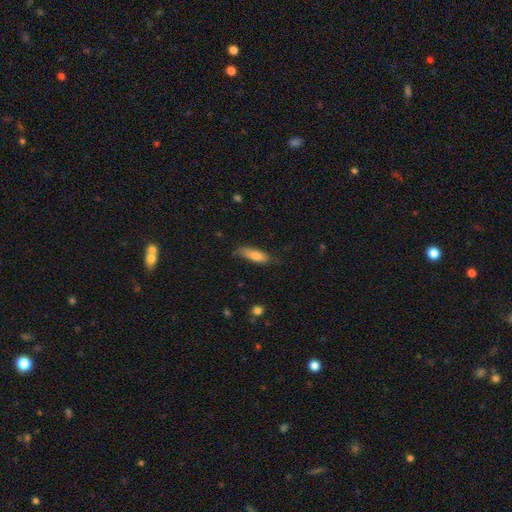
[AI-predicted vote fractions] smooth_or_featured: smooth (p=0.78) [alt: featured or disk p=0.15]
how_rounded: in between (p=0.50) [alt: cigar-shaped p=0.48]
merging: none (p=0.63) [alt: minor disturbance p=0.28]